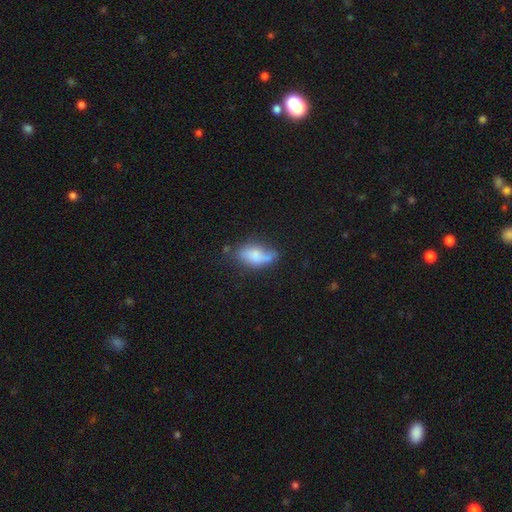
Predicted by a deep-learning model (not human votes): Smooth or featured? smooth (61%)
How rounded? in between (82%)
Merging? none (40%)